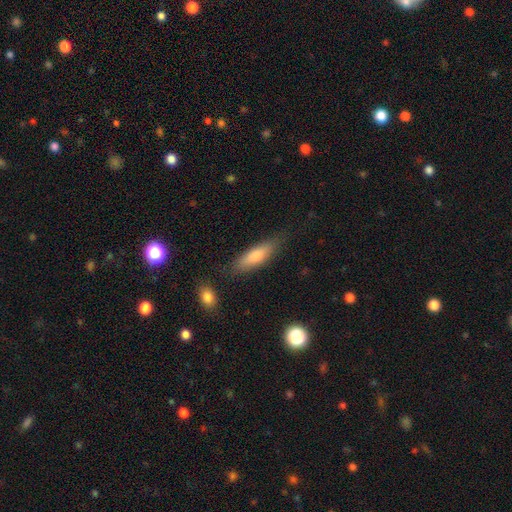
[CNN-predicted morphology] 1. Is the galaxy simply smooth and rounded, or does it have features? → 68% smooth, 24% featured or disk, 8% star or artifact.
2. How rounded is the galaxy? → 57% cigar-shaped, 40% in between, 3% round.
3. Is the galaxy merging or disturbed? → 79% none, 16% minor disturbance, 4% major disturbance, 2% merger.